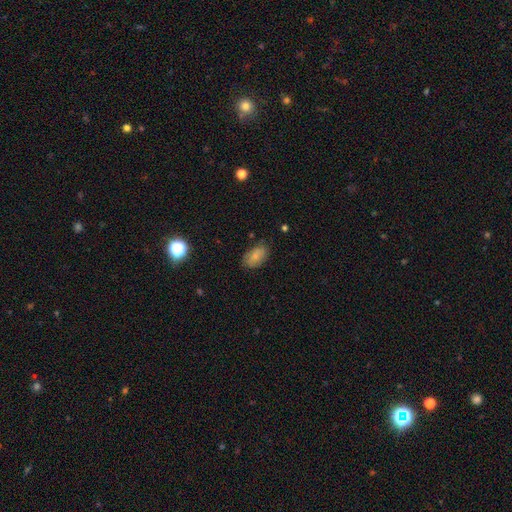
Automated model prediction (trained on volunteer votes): Q: Smooth or featured?
A: smooth (78%); runner-up: featured or disk (13%)
Q: How rounded?
A: in between (92%); runner-up: round (6%)
Q: Merging?
A: none (77%); runner-up: minor disturbance (18%)